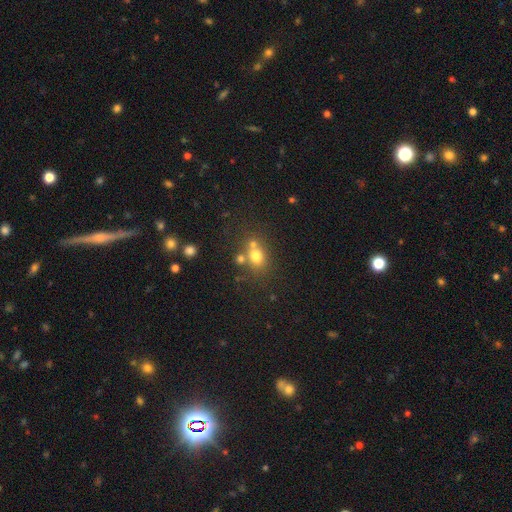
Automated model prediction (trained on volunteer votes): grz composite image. It shows a smooth galaxy with no disk features (72%) that is round (60%). Merging: none (53%).